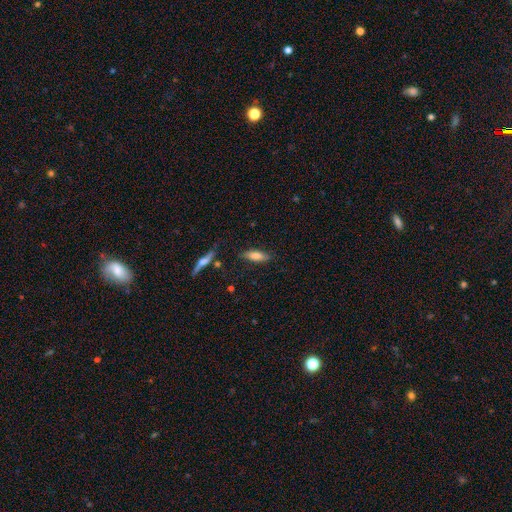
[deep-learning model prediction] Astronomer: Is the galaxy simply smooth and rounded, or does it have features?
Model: smooth — 75%.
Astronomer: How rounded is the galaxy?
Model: in between — 56% (runner-up: cigar-shaped, 42%).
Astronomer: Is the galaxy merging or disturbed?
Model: none — 81%.